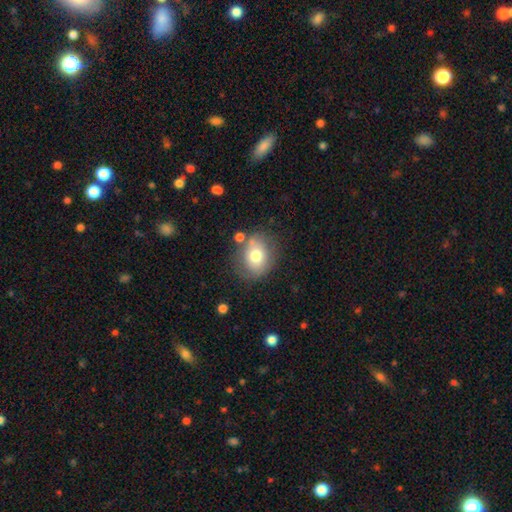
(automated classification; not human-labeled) Smooth or featured: smooth — 70% (featured or disk — 21%)
How rounded: round — 57% (in between — 42%)
Merging: none — 69% (minor disturbance — 18%)